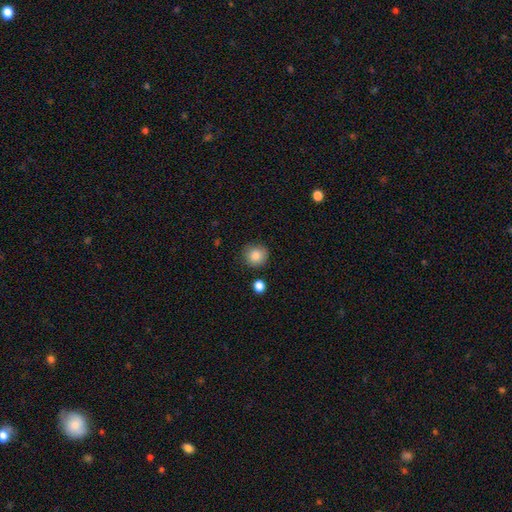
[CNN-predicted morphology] Smooth or featured: smooth — 87% (star or artifact — 9%)
How rounded: round — 89% (in between — 10%)
Merging: none — 84% (minor disturbance — 10%)